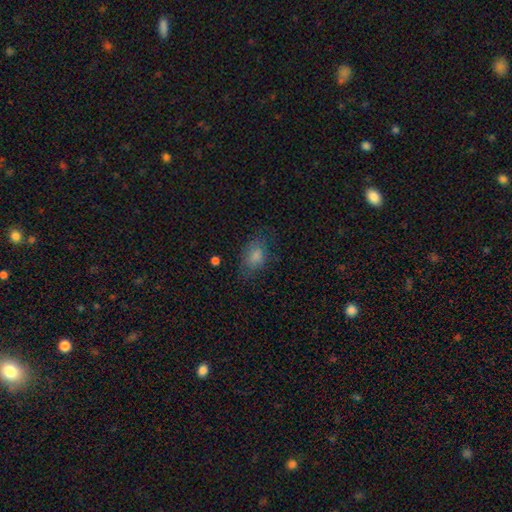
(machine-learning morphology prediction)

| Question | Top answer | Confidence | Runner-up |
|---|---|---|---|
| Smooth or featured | smooth | 69% | star or artifact (16%) |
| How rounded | in between | 78% | round (19%) |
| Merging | none | 73% | minor disturbance (18%) |